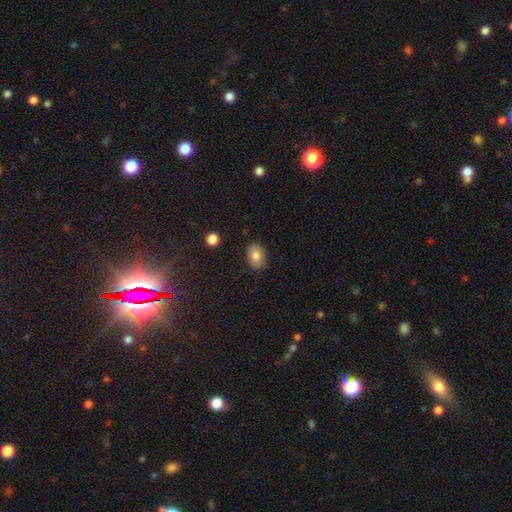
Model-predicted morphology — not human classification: smooth 80%, featured or disk 12%, star or artifact 8%. Down the decision tree: how rounded — in between (77%); merging — none (81%).